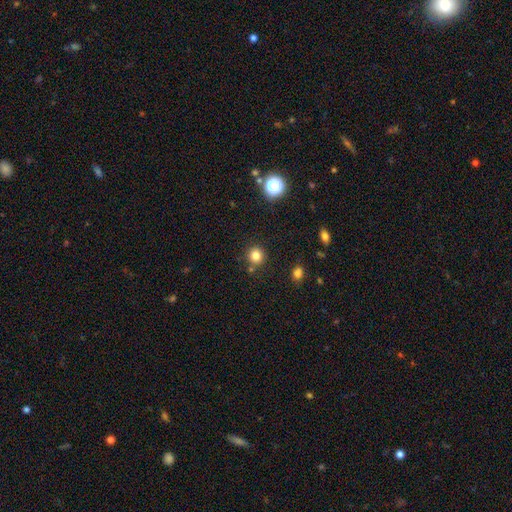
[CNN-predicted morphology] Q: Smooth or featured?
A: smooth (81%); runner-up: star or artifact (14%)
Q: How rounded?
A: round (91%); runner-up: in between (8%)
Q: Merging?
A: none (81%); runner-up: minor disturbance (9%)